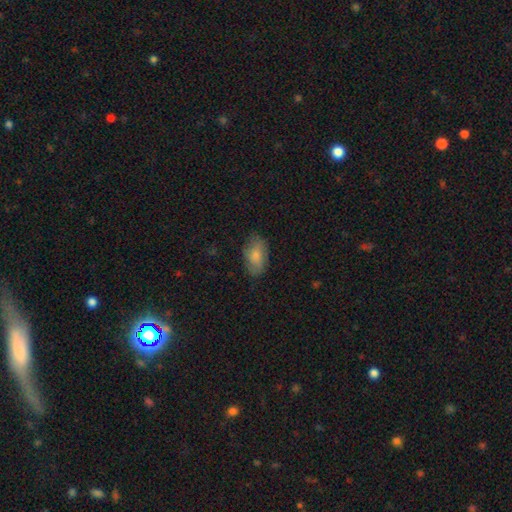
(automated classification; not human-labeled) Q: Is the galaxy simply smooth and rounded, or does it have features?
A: smooth — 80%.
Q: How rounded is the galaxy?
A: in between — 93%.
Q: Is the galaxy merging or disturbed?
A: none — 76%.